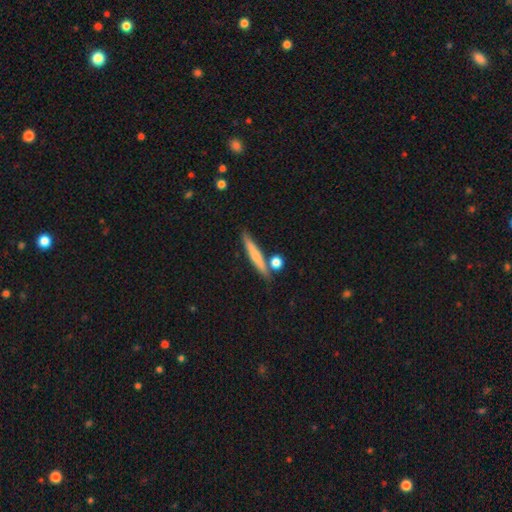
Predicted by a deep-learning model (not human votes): smooth_or_featured: smooth (p=0.64) [alt: featured or disk p=0.29]
how_rounded: cigar-shaped (p=0.89) [alt: in between p=0.07]
merging: none (p=0.77) [alt: minor disturbance p=0.11]